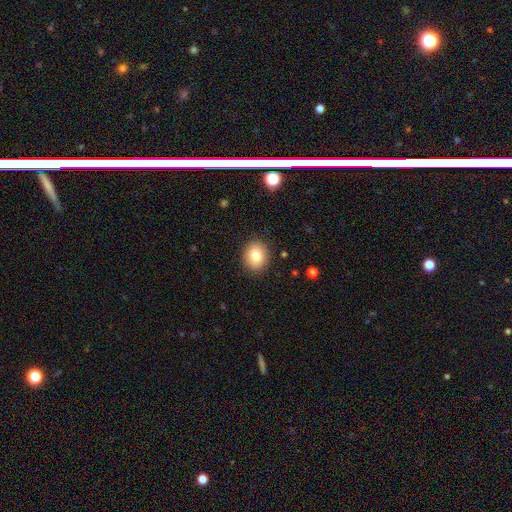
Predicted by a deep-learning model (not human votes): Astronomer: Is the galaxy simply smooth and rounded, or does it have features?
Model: smooth — 80%.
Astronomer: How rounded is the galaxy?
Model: round — 68%.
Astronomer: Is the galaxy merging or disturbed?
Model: none — 90%.